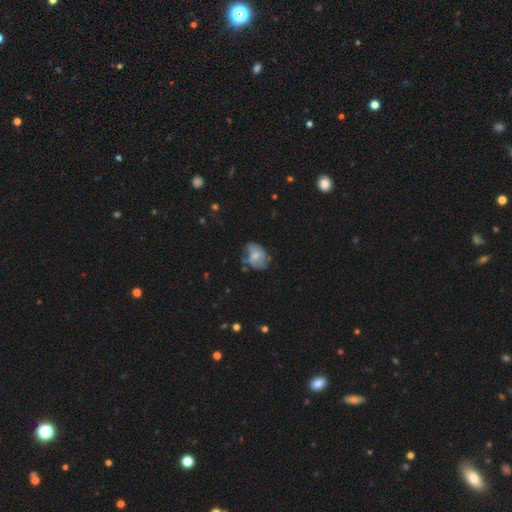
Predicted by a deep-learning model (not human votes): Smooth or featured? Predicted: featured or disk (p=0.46, tied with smooth). Merging? Predicted: none (p=0.49).